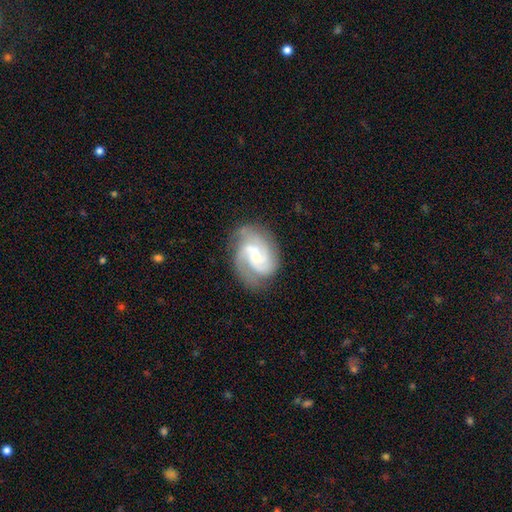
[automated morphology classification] featured or disk 86%, smooth 9%, star or artifact 5%. Down the decision tree: edge-on disk — no (98%); bar — no (51%); spiral arms — yes (98%); spiral arm count — 3 (48%); spiral winding — medium (47%); bulge size — small (61%); merging — none (75%).